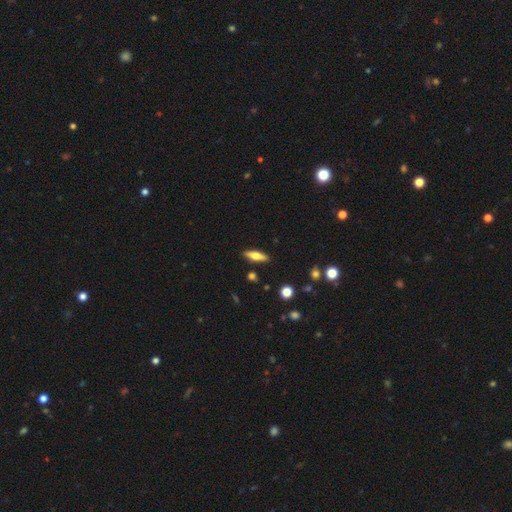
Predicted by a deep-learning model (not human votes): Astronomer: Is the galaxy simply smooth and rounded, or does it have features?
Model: smooth — 51% (runner-up: featured or disk, 42%).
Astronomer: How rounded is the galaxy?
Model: cigar-shaped — 61% (runner-up: in between, 36%).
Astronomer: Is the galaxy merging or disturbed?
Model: none — 88%.